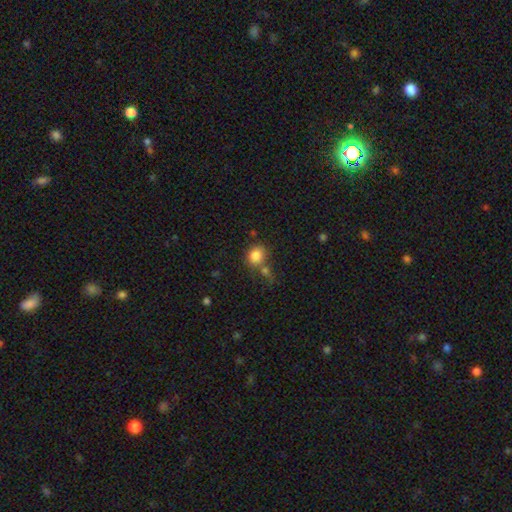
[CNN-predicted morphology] smooth_or_featured: smooth (p=0.83) [alt: star or artifact p=0.10]
how_rounded: round (p=0.72) [alt: in between p=0.27]
merging: none (p=0.56) [alt: merger p=0.24]